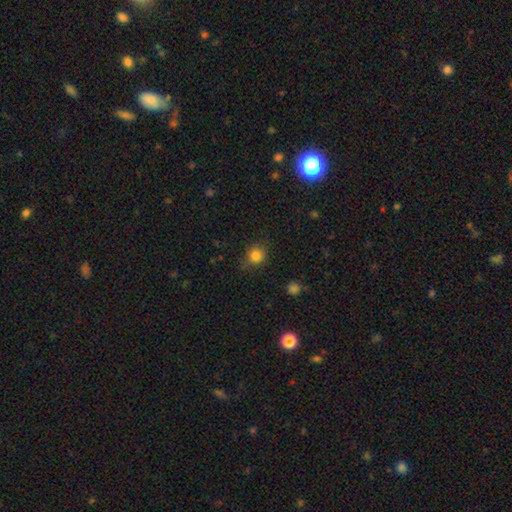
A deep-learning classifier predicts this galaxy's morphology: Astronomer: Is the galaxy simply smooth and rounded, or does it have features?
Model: smooth — 82%.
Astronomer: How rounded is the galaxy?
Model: round — 87%.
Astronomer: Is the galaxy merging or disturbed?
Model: none — 79%.